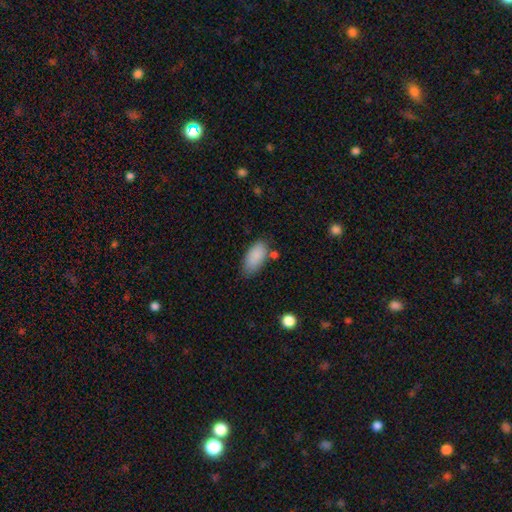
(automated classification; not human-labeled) Q: Smooth or featured?
A: smooth (87%); runner-up: star or artifact (7%)
Q: How rounded?
A: in between (92%); runner-up: cigar-shaped (5%)
Q: Merging?
A: none (67%); runner-up: minor disturbance (21%)